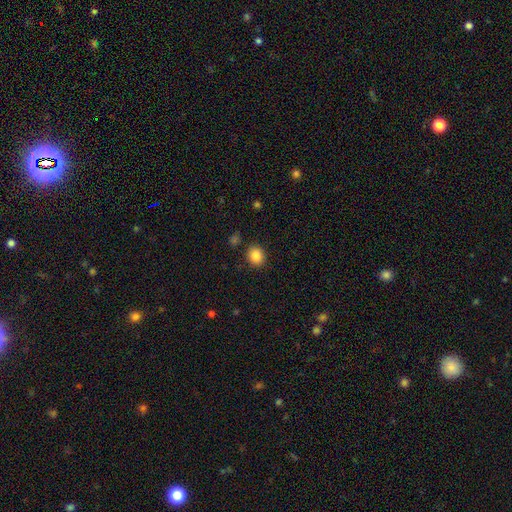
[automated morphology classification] Smooth or featured: smooth — 87% (star or artifact — 9%)
How rounded: round — 71% (in between — 28%)
Merging: none — 87% (minor disturbance — 8%)